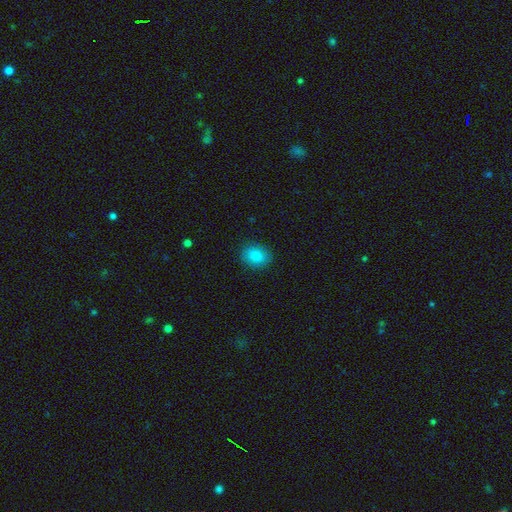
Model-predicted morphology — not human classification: Smooth or featured? Predicted: smooth (p=0.86). How rounded? Predicted: in between (p=0.53). Merging? Predicted: none (p=0.88).